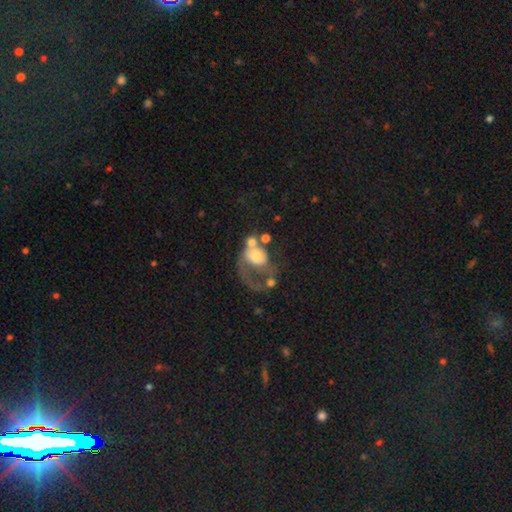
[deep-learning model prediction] Smooth or featured? Predicted: featured or disk (p=0.51). Edge-on disk? Predicted: no (p=0.97). Merging? Predicted: major disturbance (p=0.46).